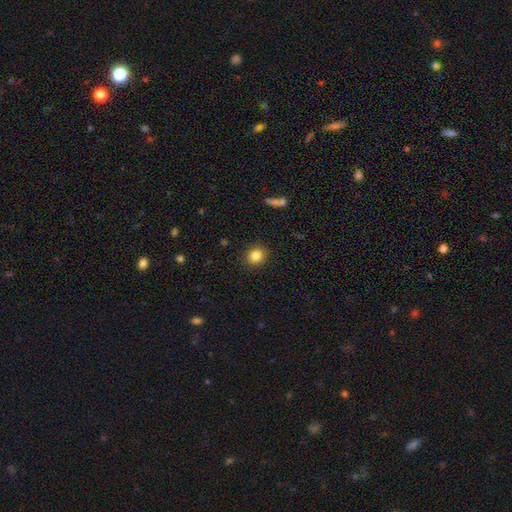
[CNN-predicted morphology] Smooth or featured?
  - smooth: 83% *
  - star or artifact: 11%
  - featured or disk: 6%
How rounded?
  - round: 84% *
  - in between: 15%
  - cigar-shaped: 1%
Merging?
  - none: 91% *
  - minor disturbance: 6%
  - major disturbance: 2%
  - merger: 1%